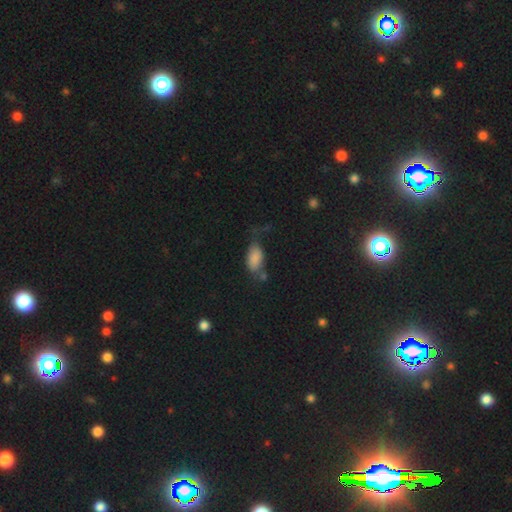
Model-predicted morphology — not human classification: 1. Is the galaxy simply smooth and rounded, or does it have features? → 61% smooth, 25% star or artifact, 14% featured or disk.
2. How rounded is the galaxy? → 86% in between, 8% cigar-shaped, 7% round.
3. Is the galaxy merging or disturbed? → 46% none, 28% minor disturbance, 19% major disturbance, 7% merger.